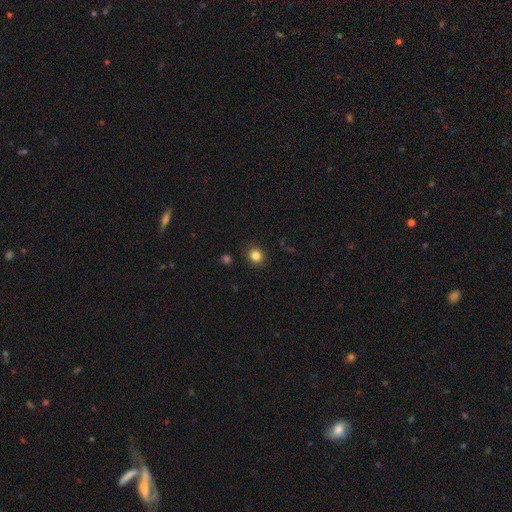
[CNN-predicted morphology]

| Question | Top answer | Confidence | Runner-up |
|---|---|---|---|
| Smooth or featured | smooth | 83% | star or artifact (12%) |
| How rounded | round | 84% | in between (15%) |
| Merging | none | 90% | minor disturbance (6%) |